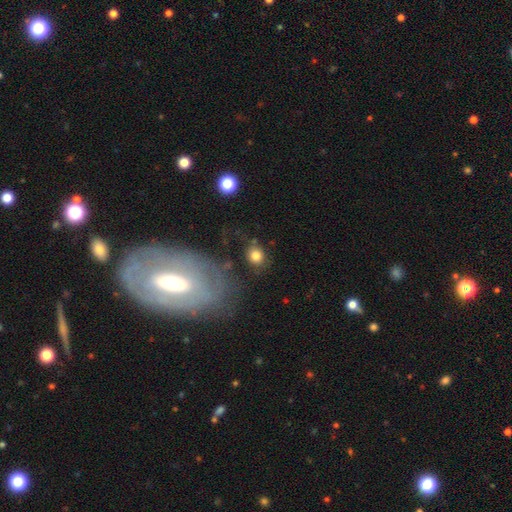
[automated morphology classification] smooth 80%, featured or disk 10%, star or artifact 10%. Down the decision tree: how rounded — round (72%); merging — none (72%).